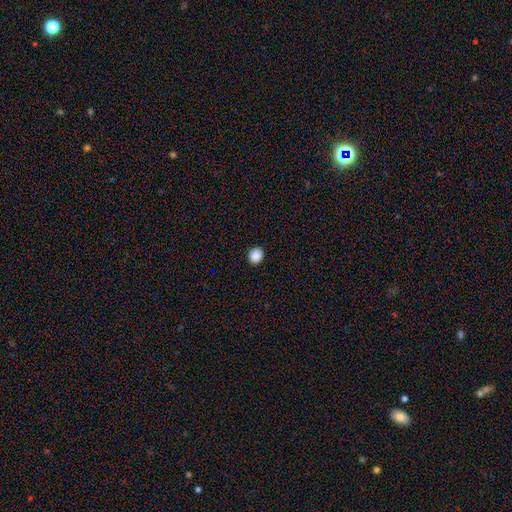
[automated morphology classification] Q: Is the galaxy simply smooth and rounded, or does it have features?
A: smooth — 88%.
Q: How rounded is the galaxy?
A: round — 73%.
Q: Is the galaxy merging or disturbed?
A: none — 91%.